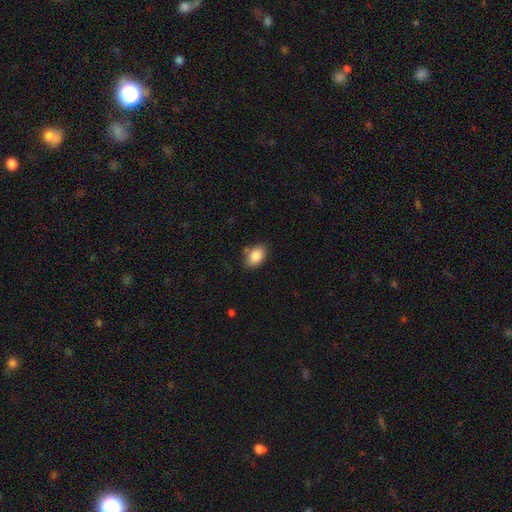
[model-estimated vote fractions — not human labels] Smooth or featured? Predicted: smooth (p=0.86). How rounded? Predicted: in between (p=0.83). Merging? Predicted: none (p=0.75).